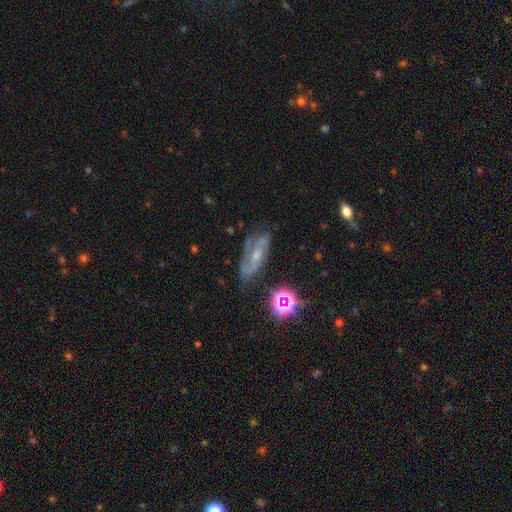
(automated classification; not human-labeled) This is likely a featured or disk galaxy (69%). It is clearly not viewed edge-on (90%). Bar: marginally no (44%). Spiral arm pattern: clearly yes (90%). Spiral arm count: likely 2 (63%). Spiral winding: possibly medium (46%). Central bulge: possibly small (56%). Merging: likely none (65%).